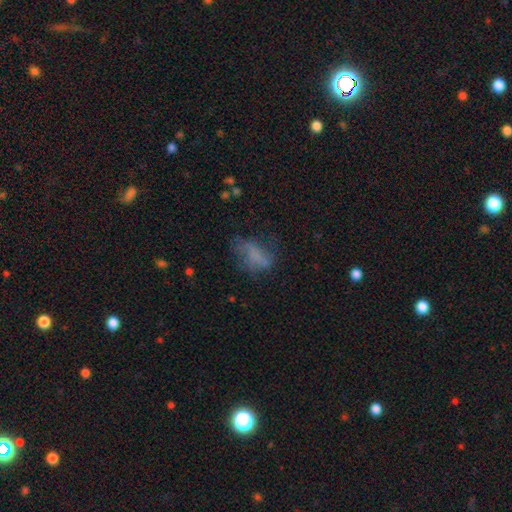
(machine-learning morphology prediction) Overall: smooth (55%; featured or disk 29%). How rounded: in between (79%). Merging: none (43%; major disturbance 28%).